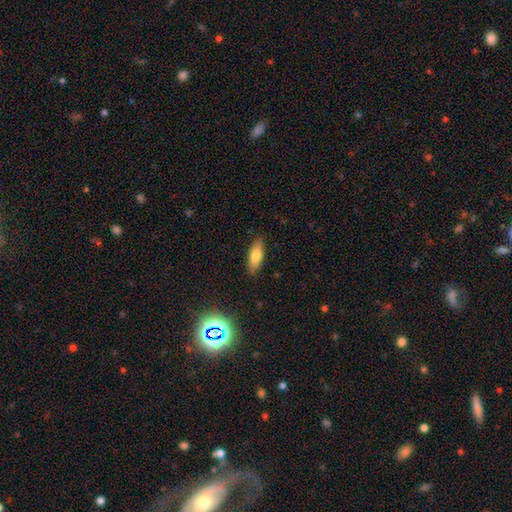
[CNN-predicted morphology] Overall: smooth (70%). How rounded: in between (67%; cigar-shaped 30%). Merging: none (86%).